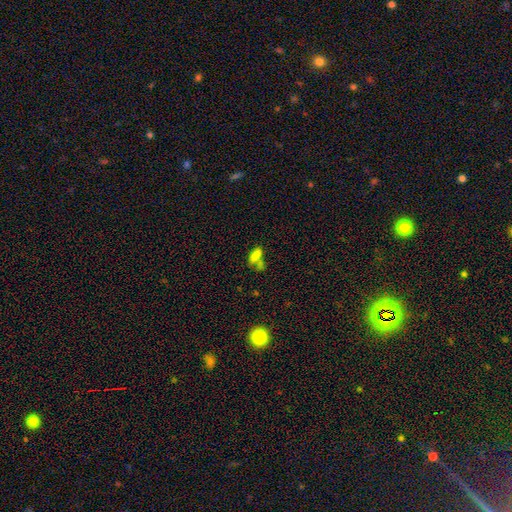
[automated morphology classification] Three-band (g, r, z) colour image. It shows a smooth galaxy with no disk features (71%) that is in between round and cigar-shaped (68%). Merging: none (40%).